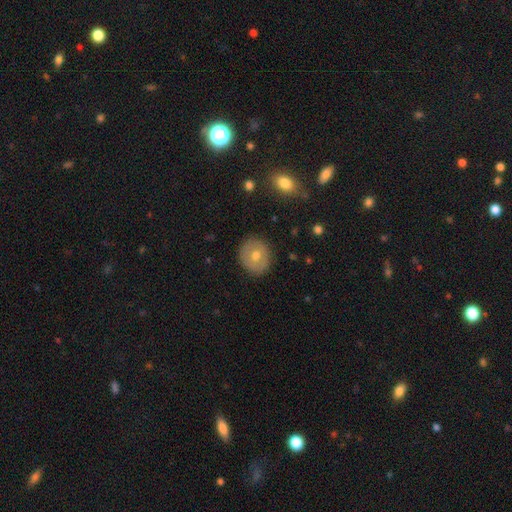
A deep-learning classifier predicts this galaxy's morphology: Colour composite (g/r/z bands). It shows a smooth galaxy with no disk features (60%) that is round (78%). Merging: none (88%).